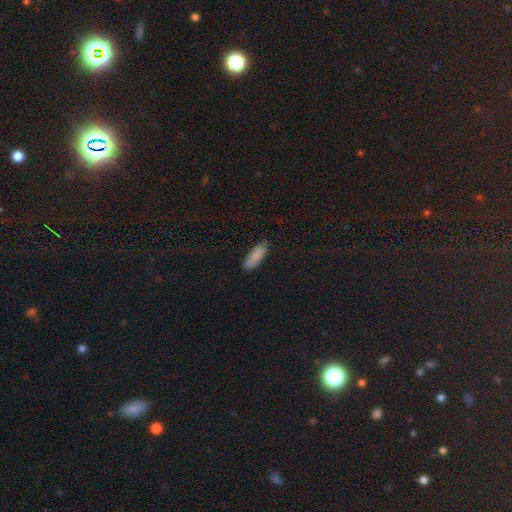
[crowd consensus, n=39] Overall: smooth (92%). How rounded: cigar-shaped (53%; in between 44%). Merging: none (85%).